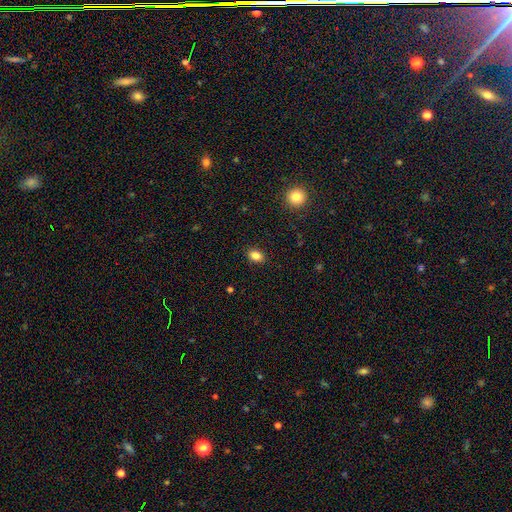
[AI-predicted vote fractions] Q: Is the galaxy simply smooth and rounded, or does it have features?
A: smooth — 85%.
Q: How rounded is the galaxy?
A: in between — 77%.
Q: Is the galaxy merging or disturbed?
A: none — 88%.